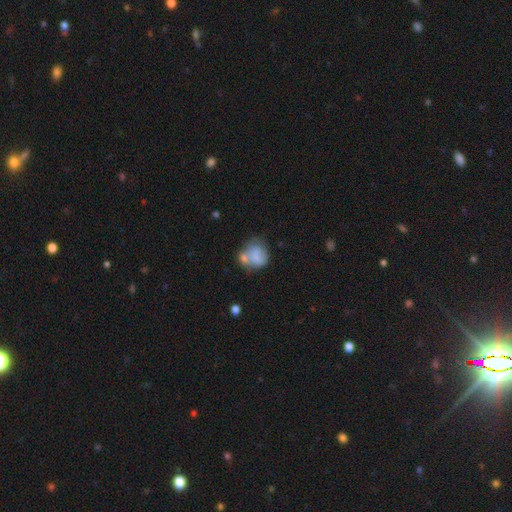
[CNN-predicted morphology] A smooth galaxy with no disk features (66%) that is round (64%).

Vote fractions:
- Smooth or featured? smooth: 66% / featured or disk: 26% / star or artifact: 8%
- How rounded? round: 64% / in between: 35% / cigar-shaped: 1%
- Merging? merger: 36% / none: 31% / minor disturbance: 21% / major disturbance: 13%